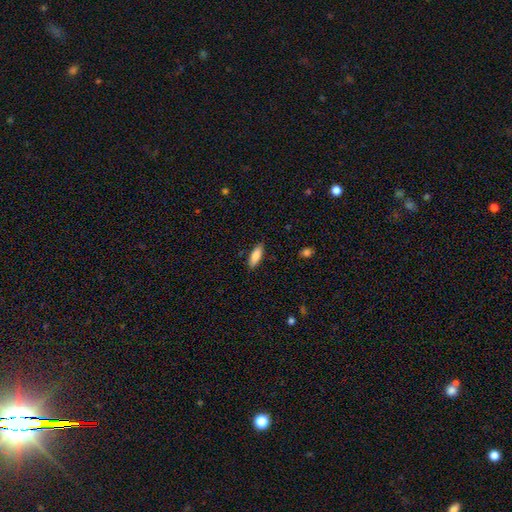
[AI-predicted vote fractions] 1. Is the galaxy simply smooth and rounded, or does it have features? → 85% smooth, 9% featured or disk, 6% star or artifact.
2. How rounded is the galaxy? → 63% in between, 36% cigar-shaped, 2% round.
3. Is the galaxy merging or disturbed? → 88% none, 9% minor disturbance, 2% major disturbance, 1% merger.